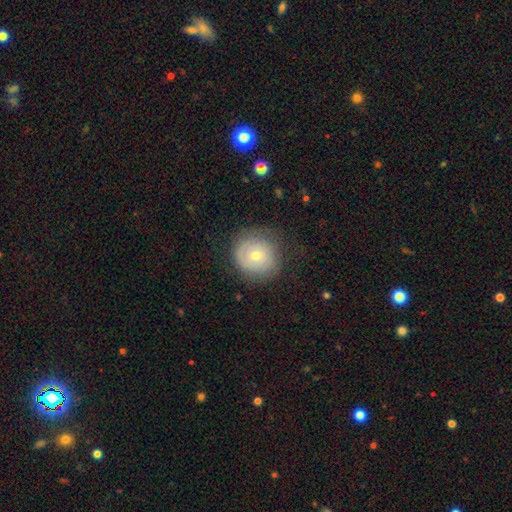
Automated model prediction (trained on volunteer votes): Smooth or featured? smooth (56%)
How rounded? round (89%)
Merging? none (72%)